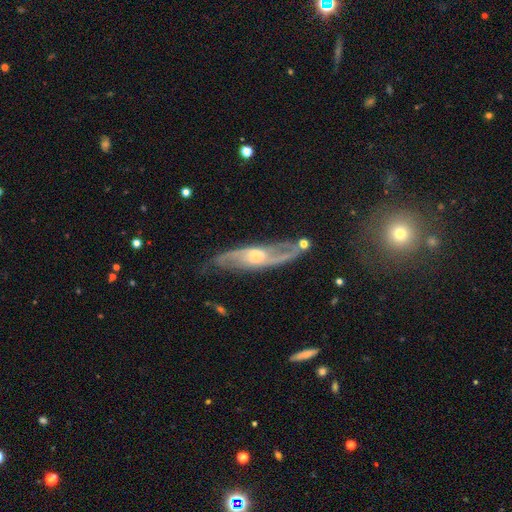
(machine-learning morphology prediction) Smooth or featured?
  - featured or disk: 84% *
  - smooth: 10%
  - star or artifact: 6%
Edge-on disk?
  - no: 73% *
  - yes: 27%
Bar?
  - no: 52% *
  - weak: 37%
  - strong: 10%
Spiral arms?
  - yes: 93% *
  - no: 7%
Spiral winding?
  - medium: 44% *
  - loose: 39%
  - tight: 16%
Spiral arm count?
  - 2: 86% *
  - can't tell: 8%
  - 1: 2%
  - 3: 2%
  - 4: 1%
  - more than 4: 1%
Bulge size?
  - moderate: 59% *
  - small: 23%
  - large: 13%
  - none: 3%
  - dominant: 1%
Merging?
  - none: 73% *
  - minor disturbance: 18%
  - major disturbance: 7%
  - merger: 3%